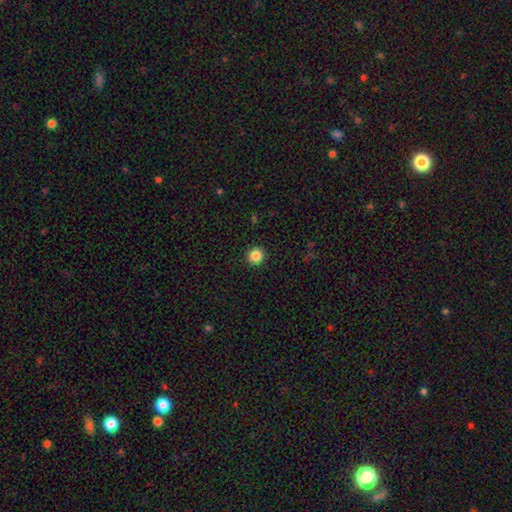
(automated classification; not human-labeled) Overall: smooth (86%). How rounded: round (94%). Merging: none (93%).